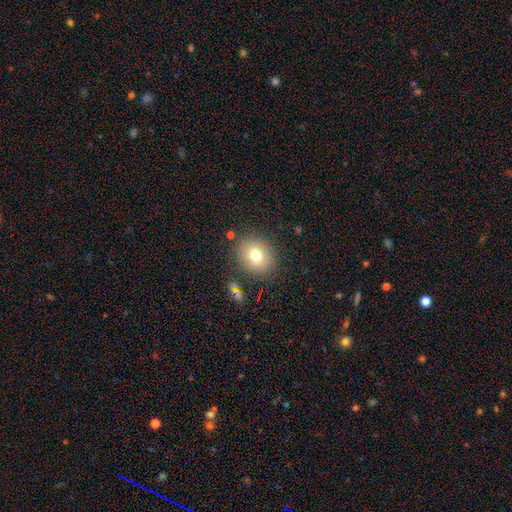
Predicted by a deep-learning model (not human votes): smooth 74%, featured or disk 15%, star or artifact 11%. Down the decision tree: how rounded — round (54%); merging — none (82%).